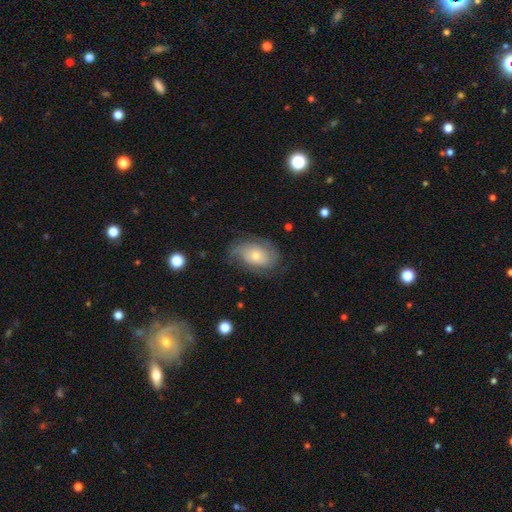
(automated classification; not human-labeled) This is likely a featured or disk galaxy (64%). It is clearly not viewed edge-on (95%). Bar: likely no (79%). Spiral arm pattern: clearly yes (85%). Spiral arm count: possibly 2 (46%). Spiral winding: marginally tight (42%). Central bulge: possibly small (51%). Merging: likely none (64%).